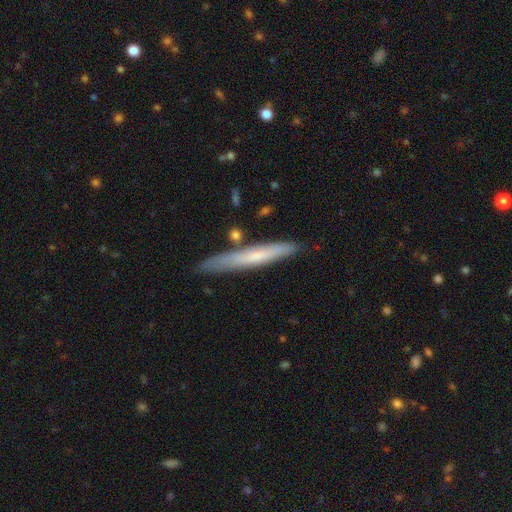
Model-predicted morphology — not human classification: A smooth galaxy with no disk features (54%) that is cigar-shaped (95%). Merging: none (81%).